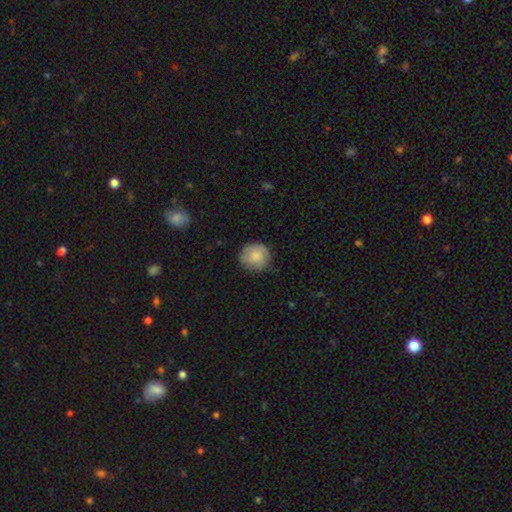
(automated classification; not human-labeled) Q: Smooth or featured?
A: smooth (80%); runner-up: featured or disk (14%)
Q: How rounded?
A: round (89%); runner-up: in between (10%)
Q: Merging?
A: none (78%); runner-up: minor disturbance (18%)